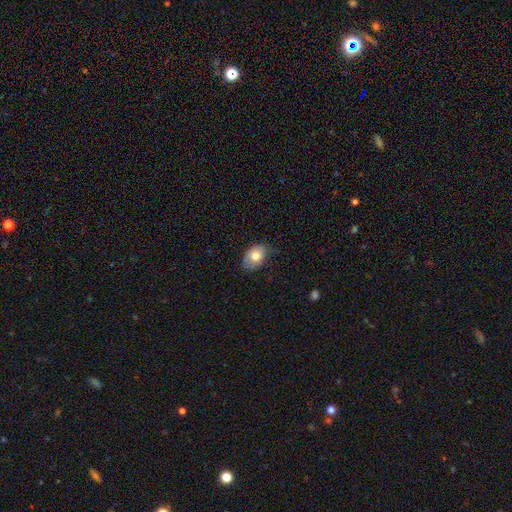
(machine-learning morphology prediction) A smooth galaxy with no disk features (73%) that is in between round and cigar-shaped (78%). Merging: none (60%).